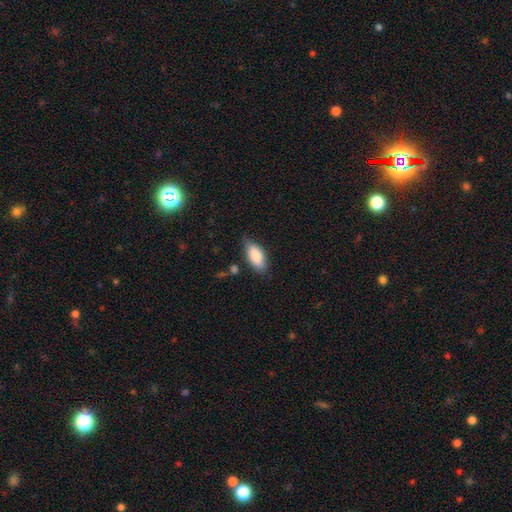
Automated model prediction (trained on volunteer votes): smooth-or-featured: smooth: 85% | featured or disk: 9% | star or artifact: 6%
  how-rounded: in between: 88% | cigar-shaped: 10% | round: 2%
  merging: none: 74% | minor disturbance: 20% | major disturbance: 4% | merger: 2%